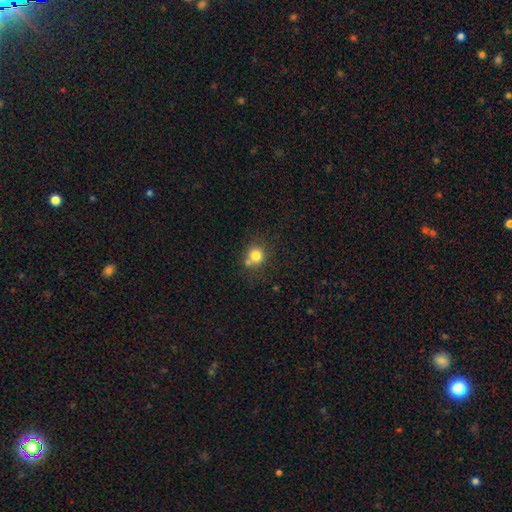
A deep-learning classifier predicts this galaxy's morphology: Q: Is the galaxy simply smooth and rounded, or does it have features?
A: smooth — 79%.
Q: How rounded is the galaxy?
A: round — 84%.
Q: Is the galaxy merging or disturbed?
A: none — 60%.